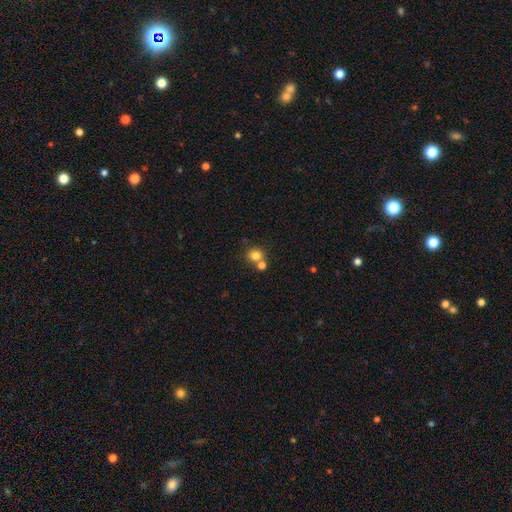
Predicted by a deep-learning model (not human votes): smooth-or-featured: smooth: 79% | star or artifact: 13% | featured or disk: 8%
  how-rounded: round: 85% | in between: 14% | cigar-shaped: 1%
  merging: none: 57% | merger: 32% | minor disturbance: 8% | major disturbance: 3%